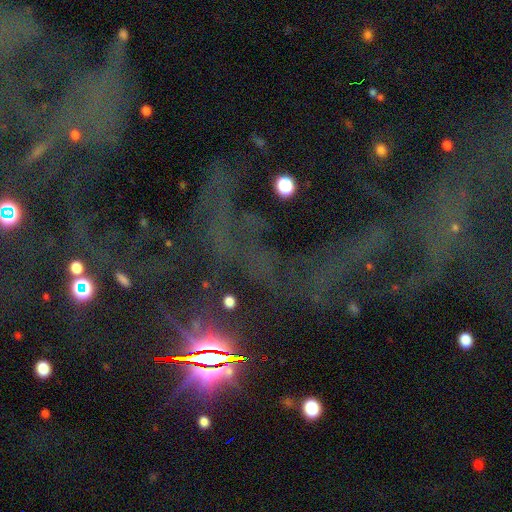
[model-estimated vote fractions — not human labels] Overall: star or artifact (77%).